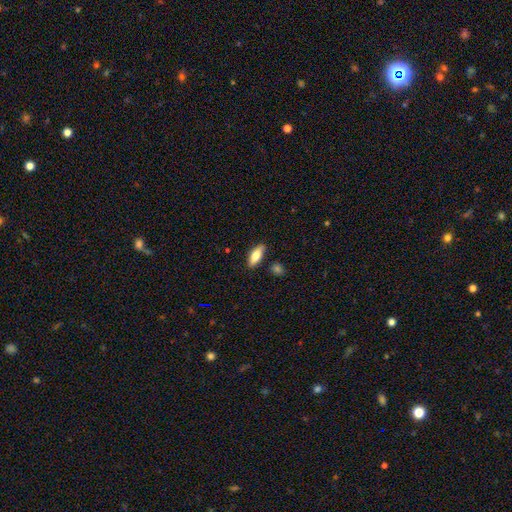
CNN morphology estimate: Smooth or featured?
  - smooth: 79% *
  - featured or disk: 15%
  - star or artifact: 6%
How rounded?
  - in between: 77% *
  - cigar-shaped: 21%
  - round: 2%
Merging?
  - none: 80% *
  - minor disturbance: 14%
  - merger: 3%
  - major disturbance: 3%